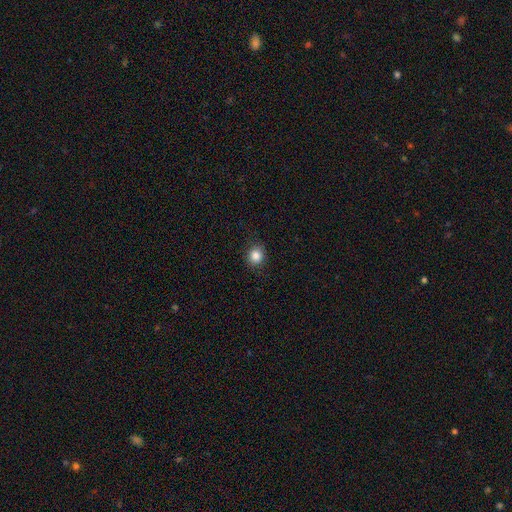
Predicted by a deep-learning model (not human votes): Smooth or featured? smooth (85%)
How rounded? round (78%)
Merging? none (87%)